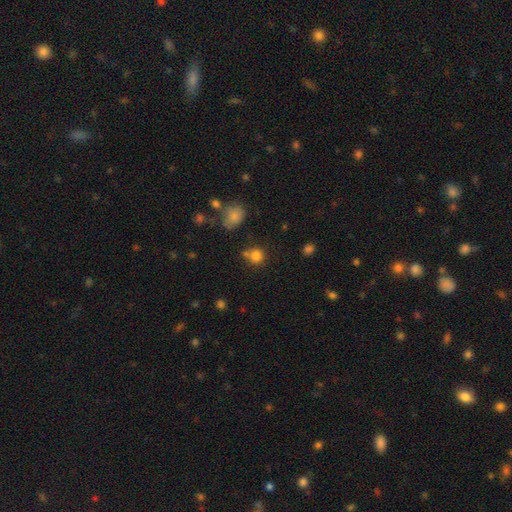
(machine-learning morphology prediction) A smooth galaxy with no disk features (80%) that is round (87%). Merging: none (66%).